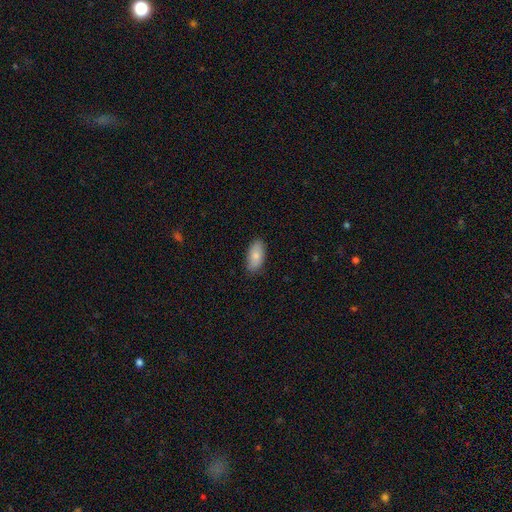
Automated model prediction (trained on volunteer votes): Smooth or featured? Predicted: smooth (p=0.83). How rounded? Predicted: in between (p=0.91). Merging? Predicted: none (p=0.86).